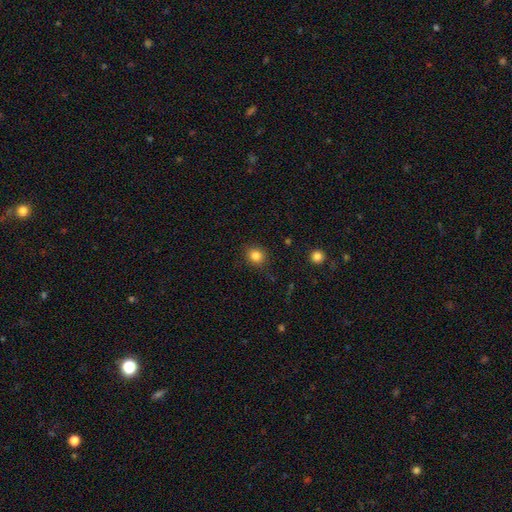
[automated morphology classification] Q: Smooth or featured?
A: smooth (84%); runner-up: star or artifact (11%)
Q: How rounded?
A: round (82%); runner-up: in between (17%)
Q: Merging?
A: none (87%); runner-up: minor disturbance (9%)